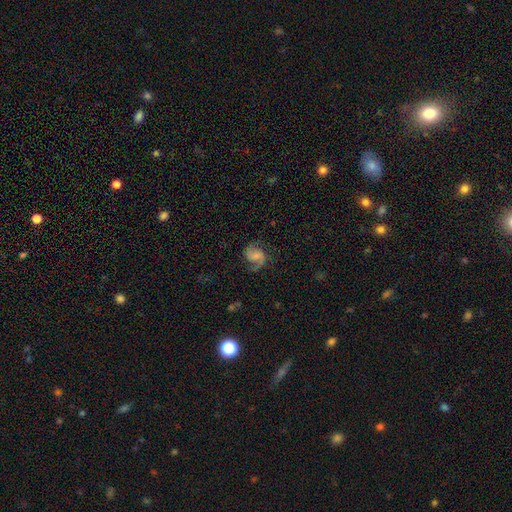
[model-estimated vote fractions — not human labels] A featured or disk galaxy (82%) with no bar (50%), 2 (90%) medium (53%) spiral arms (97%) and a small central bulge (43%). Merging: none (76%).